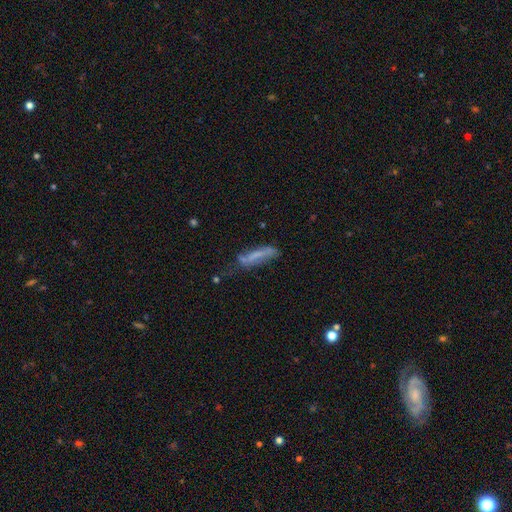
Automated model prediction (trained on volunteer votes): The model was most divided on "smooth or featured": smooth: 50%, featured or disk: 40%, star or artifact: 10%. Remaining: how rounded — cigar-shaped (75%); merging — none (47%).